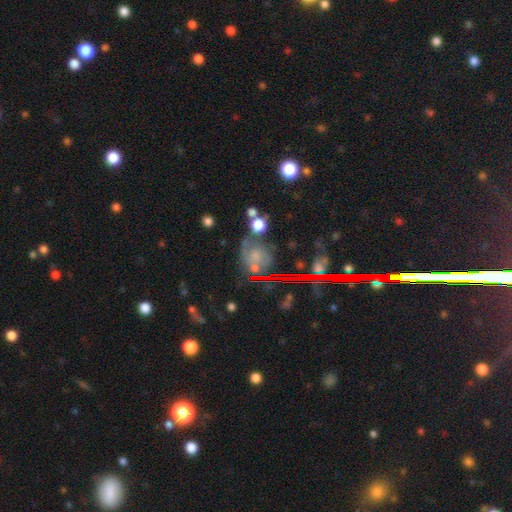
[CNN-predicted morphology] A featured or disk galaxy (40%).

Vote fractions:
- Smooth or featured? featured or disk: 40% / smooth: 37% / star or artifact: 23%
- Merging? none: 47% / minor disturbance: 20% / major disturbance: 20% / merger: 13%